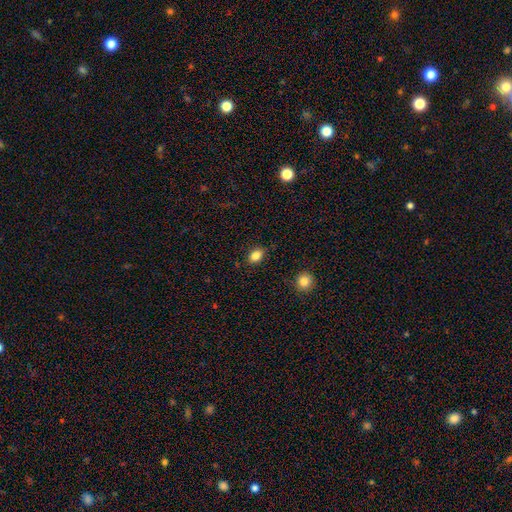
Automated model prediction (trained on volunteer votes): The model was most divided on "how rounded": in between: 75%, round: 23%, cigar-shaped: 1%. More confident: merging — none (86%); smooth or featured — smooth (84%).